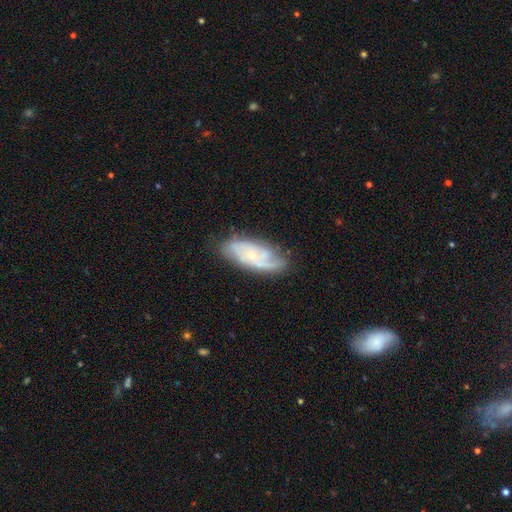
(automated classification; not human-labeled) featured or disk 75%, smooth 17%, star or artifact 8%. Down the decision tree: edge-on disk — no (91%); bar — no (71%); spiral arms — yes (92%); spiral arm count — 2 (29%, tied with can't tell); spiral winding — tight (48%); bulge size — small (69%); merging — none (75%).